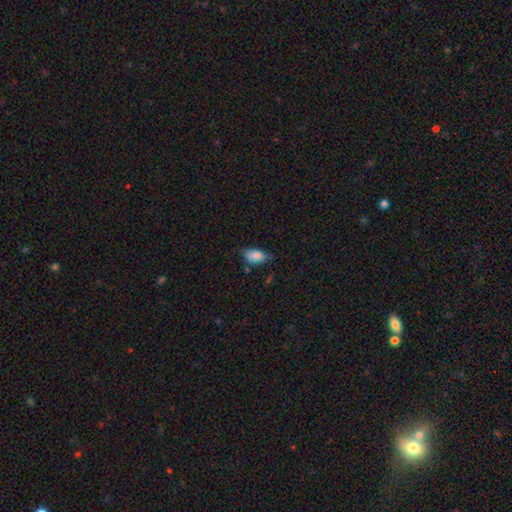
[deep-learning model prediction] Q: Smooth or featured?
A: smooth (83%); runner-up: featured or disk (9%)
Q: How rounded?
A: in between (91%); runner-up: round (6%)
Q: Merging?
A: none (52%); runner-up: minor disturbance (37%)